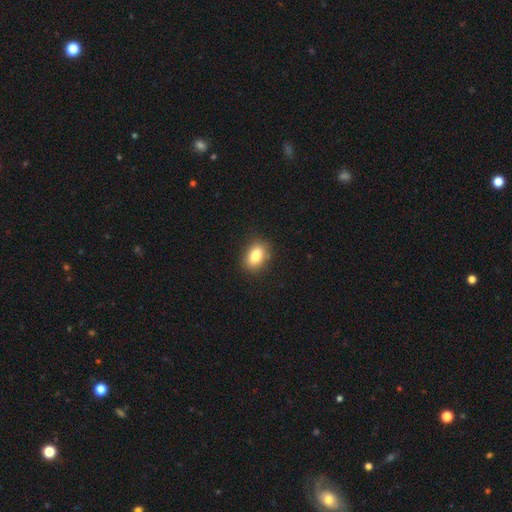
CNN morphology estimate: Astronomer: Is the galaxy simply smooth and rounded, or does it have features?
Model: smooth — 83%.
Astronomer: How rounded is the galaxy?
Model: in between — 82%.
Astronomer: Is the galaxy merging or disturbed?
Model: none — 87%.